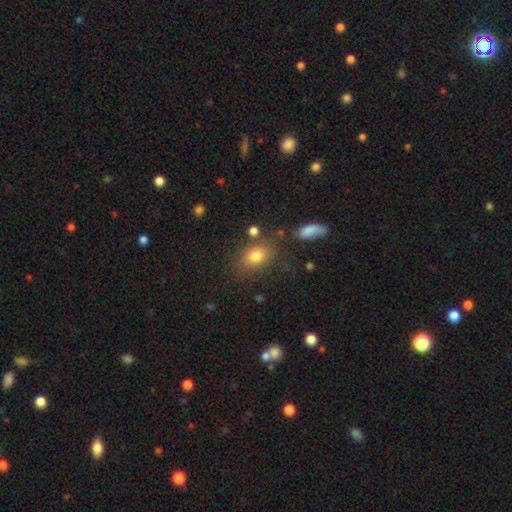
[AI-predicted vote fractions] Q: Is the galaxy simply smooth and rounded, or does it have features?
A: smooth — 79%.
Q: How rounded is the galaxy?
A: in between — 66%.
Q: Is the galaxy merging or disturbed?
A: none — 69%.